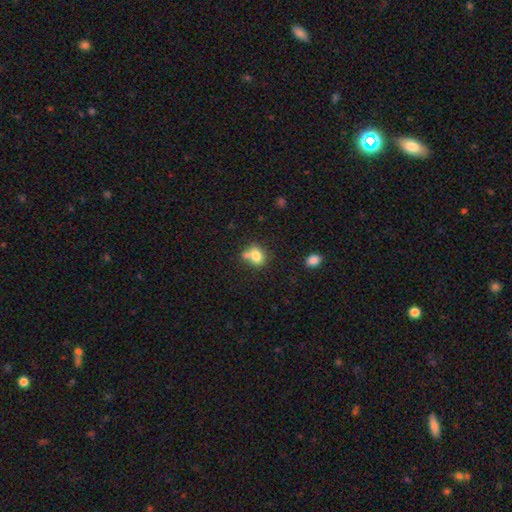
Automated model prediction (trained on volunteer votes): The model was most divided on "how rounded": in between: 50%, round: 49%, cigar-shaped: 1%. Remaining: smooth or featured — smooth (78%); merging — none (46%).